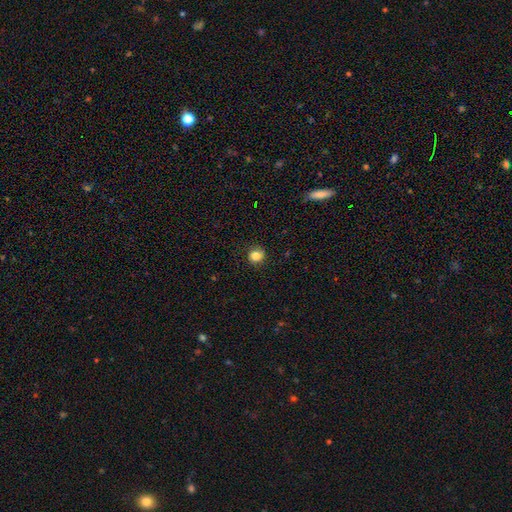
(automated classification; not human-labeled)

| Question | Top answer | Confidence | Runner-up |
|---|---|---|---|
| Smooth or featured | smooth | 83% | star or artifact (11%) |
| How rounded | round | 87% | in between (12%) |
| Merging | none | 87% | minor disturbance (10%) |